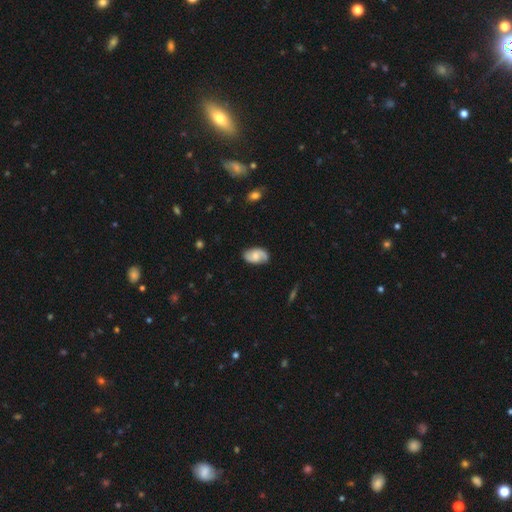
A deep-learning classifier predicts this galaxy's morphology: Smooth or featured?
  - featured or disk: 56% *
  - smooth: 37%
  - star or artifact: 7%
Edge-on disk?
  - no: 96% *
  - yes: 4%
Bar?
  - no: 61% *
  - weak: 33%
  - strong: 6%
Spiral arms?
  - yes: 91% *
  - no: 9%
Bulge size?
  - moderate: 43% *
  - small: 38%
  - none: 12%
  - large: 6%
  - dominant: 2%
Merging?
  - none: 76% *
  - minor disturbance: 18%
  - major disturbance: 4%
  - merger: 1%